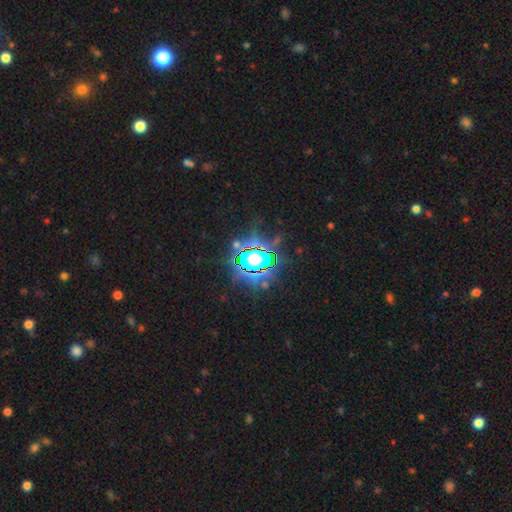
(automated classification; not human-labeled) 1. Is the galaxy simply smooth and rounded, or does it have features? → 84% star or artifact, 9% smooth, 7% featured or disk.